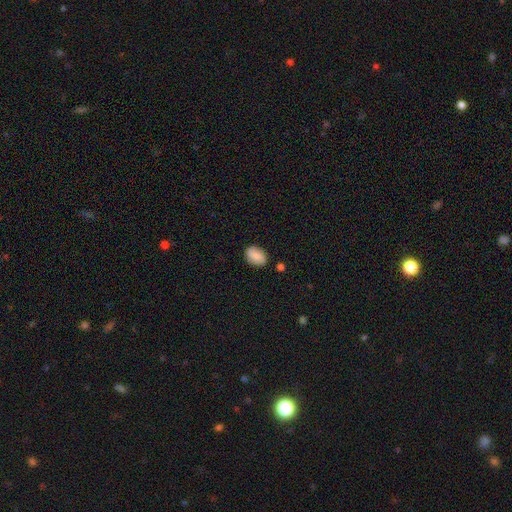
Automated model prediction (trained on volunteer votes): This appears to be a smooth galaxy with no disk features (83%) that is in between round and cigar-shaped (80%). Merging: none (82%).